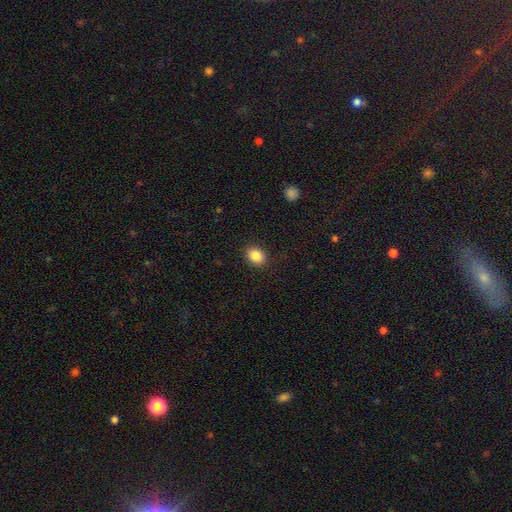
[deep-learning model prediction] Smooth or featured?
  - smooth: 86% *
  - star or artifact: 9%
  - featured or disk: 5%
How rounded?
  - in between: 55% *
  - round: 44%
  - cigar-shaped: 1%
Merging?
  - none: 89% *
  - minor disturbance: 7%
  - major disturbance: 2%
  - merger: 1%